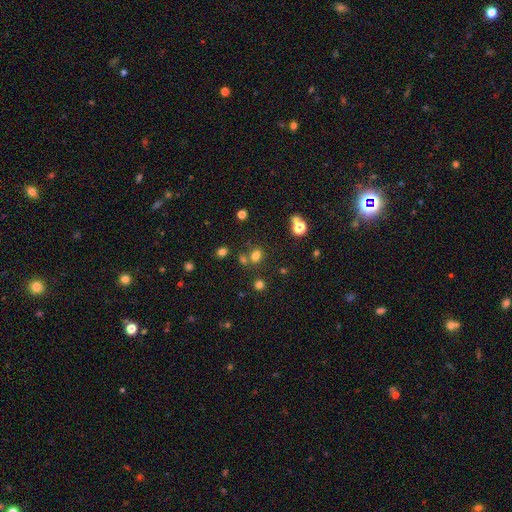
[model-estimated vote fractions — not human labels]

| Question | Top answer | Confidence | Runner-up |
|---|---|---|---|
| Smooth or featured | smooth | 72% | star or artifact (21%) |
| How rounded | round | 51% | in between (48%) |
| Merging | none | 64% | merger (20%) |